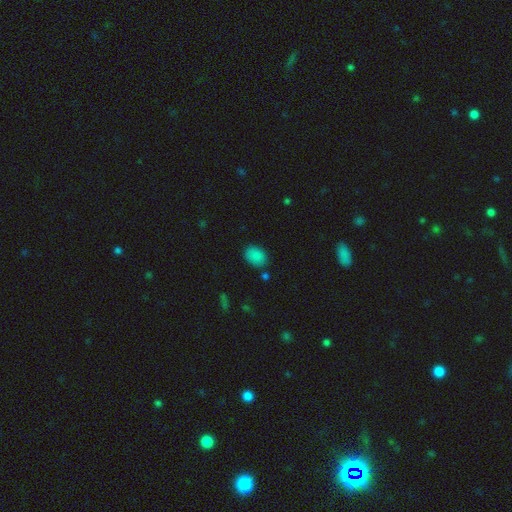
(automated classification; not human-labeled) A smooth galaxy with no disk features (86%) that is in between round and cigar-shaped (76%).

Vote fractions:
- Smooth or featured? smooth: 86% / star or artifact: 10% / featured or disk: 4%
- How rounded? in between: 76% / round: 23% / cigar-shaped: 1%
- Merging? none: 79% / minor disturbance: 14% / merger: 4% / major disturbance: 3%